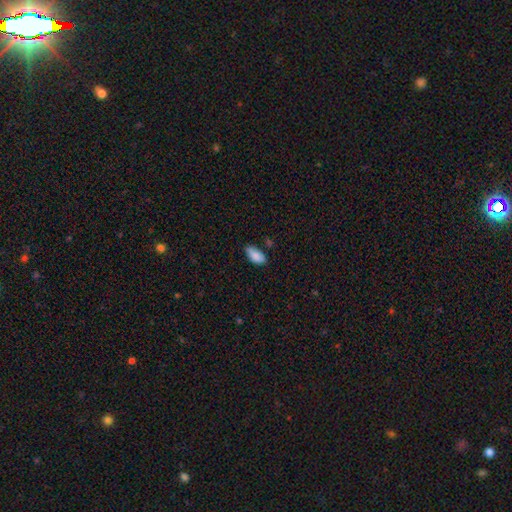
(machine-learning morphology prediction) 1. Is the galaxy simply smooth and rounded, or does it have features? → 85% smooth, 8% featured or disk, 7% star or artifact.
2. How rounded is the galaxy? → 92% in between, 5% cigar-shaped, 3% round.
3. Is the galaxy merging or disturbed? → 67% none, 25% minor disturbance, 4% major disturbance, 4% merger.